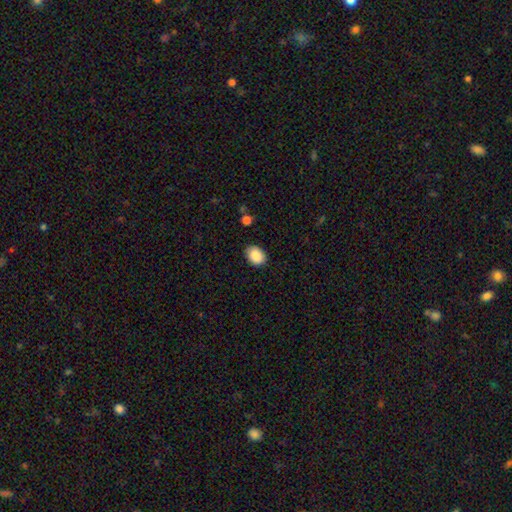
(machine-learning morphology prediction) This appears to be a smooth galaxy with no disk features (89%) that is in between round and cigar-shaped (68%). Merging: none (86%).